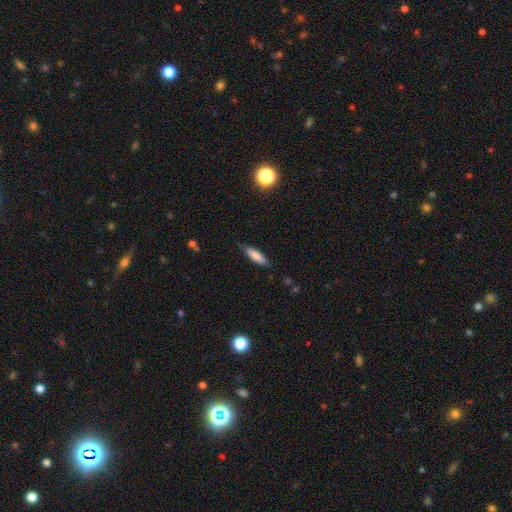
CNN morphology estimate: This appears to be a smooth galaxy with no disk features (79%) that is cigar-shaped (65%). Merging: none (80%).